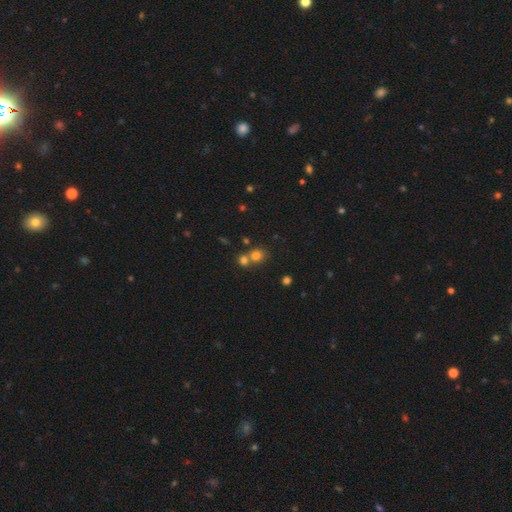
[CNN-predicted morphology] Q: Smooth or featured?
A: smooth (76%); runner-up: star or artifact (16%)
Q: How rounded?
A: round (81%); runner-up: in between (18%)
Q: Merging?
A: none (50%); runner-up: merger (41%)